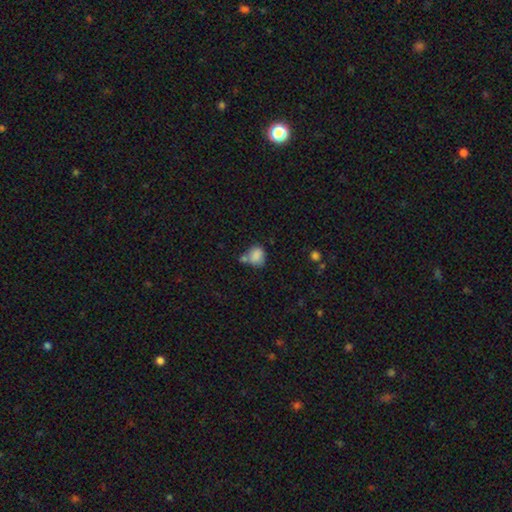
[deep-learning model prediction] The model was most divided on "merging": none: 42%, merger: 31%, minor disturbance: 20%, major disturbance: 7%. More confident: smooth or featured — smooth (81%); how rounded — round (57%).